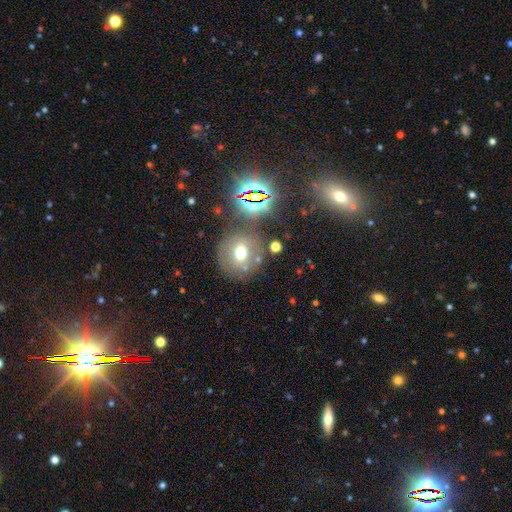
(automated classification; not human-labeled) smooth_or_featured: star or artifact (p=0.39) [alt: smooth p=0.36]